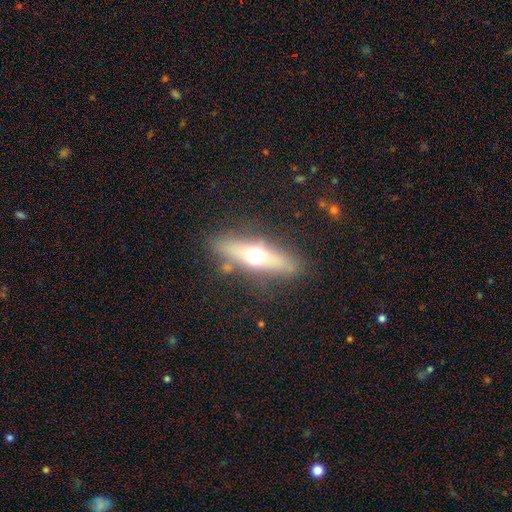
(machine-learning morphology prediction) featured or disk 46%, smooth 45%, star or artifact 9%. Down the decision tree: merging — none (82%).